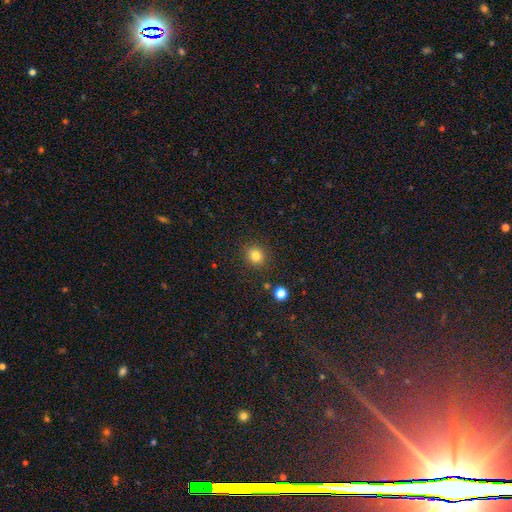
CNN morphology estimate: smooth_or_featured: smooth (p=0.82) [alt: star or artifact p=0.12]
how_rounded: round (p=0.82) [alt: in between p=0.17]
merging: none (p=0.88) [alt: minor disturbance p=0.07]